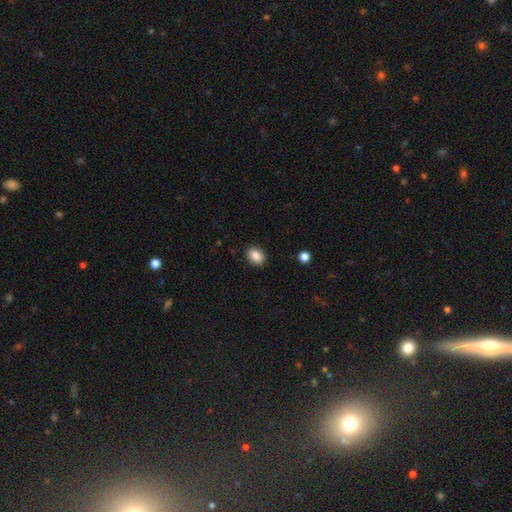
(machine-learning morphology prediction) A smooth galaxy with no disk features (88%) that is in between round and cigar-shaped (73%).

Vote fractions:
- Smooth or featured? smooth: 88% / star or artifact: 8% / featured or disk: 4%
- How rounded? in between: 73% / round: 26% / cigar-shaped: 1%
- Merging? none: 89% / minor disturbance: 8% / major disturbance: 2% / merger: 1%